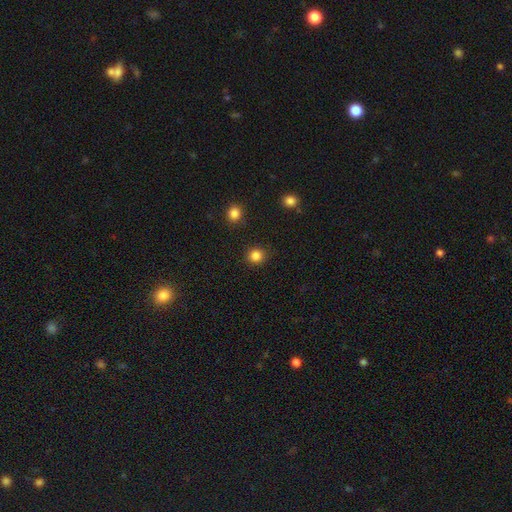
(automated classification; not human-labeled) A smooth galaxy with no disk features (85%) that is round (89%).

Vote fractions:
- Smooth or featured? smooth: 85% / star or artifact: 12% / featured or disk: 3%
- How rounded? round: 89% / in between: 10% / cigar-shaped: 1%
- Merging? none: 89% / minor disturbance: 7% / major disturbance: 2% / merger: 2%